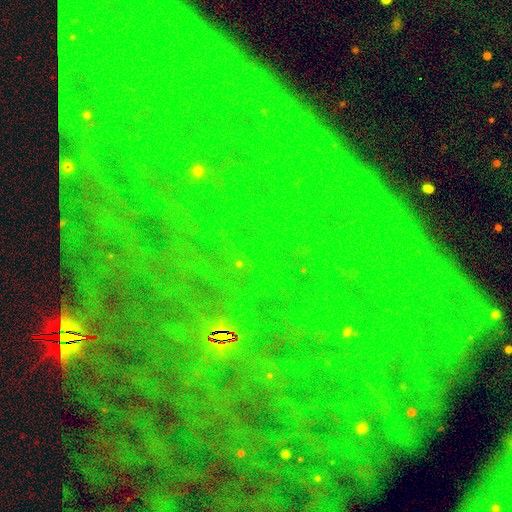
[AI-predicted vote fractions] Overall: star or artifact (85%).